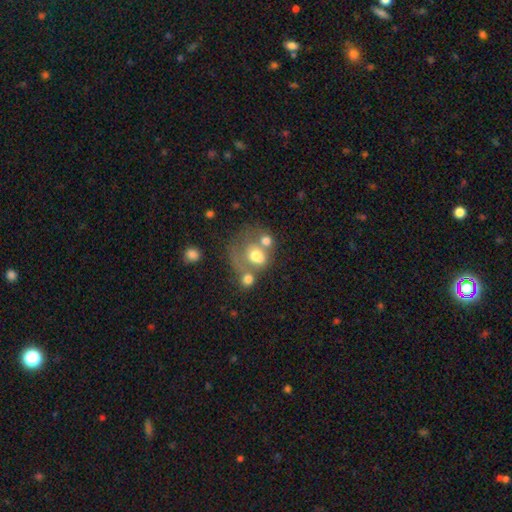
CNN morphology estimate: Smooth or featured?
  - smooth: 59% *
  - featured or disk: 29%
  - star or artifact: 12%
How rounded?
  - round: 57% *
  - in between: 42%
  - cigar-shaped: 1%
Merging?
  - merger: 44% *
  - none: 26%
  - major disturbance: 17%
  - minor disturbance: 13%